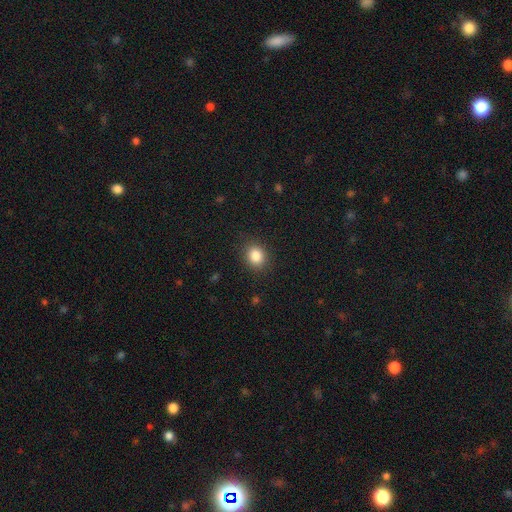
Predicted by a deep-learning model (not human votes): smooth-or-featured: smooth: 85% | star or artifact: 10% | featured or disk: 5%
  how-rounded: round: 63% | in between: 36% | cigar-shaped: 1%
  merging: none: 88% | minor disturbance: 8% | major disturbance: 3% | merger: 1%